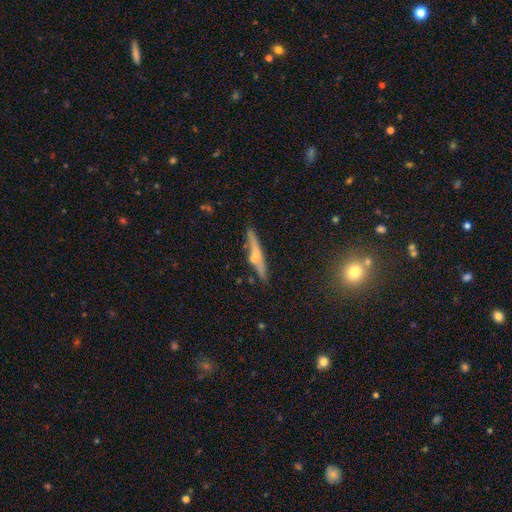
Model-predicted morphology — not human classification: featured or disk 50%, smooth 41%, star or artifact 9%. Down the decision tree: edge-on disk — yes (90%); merging — none (71%).